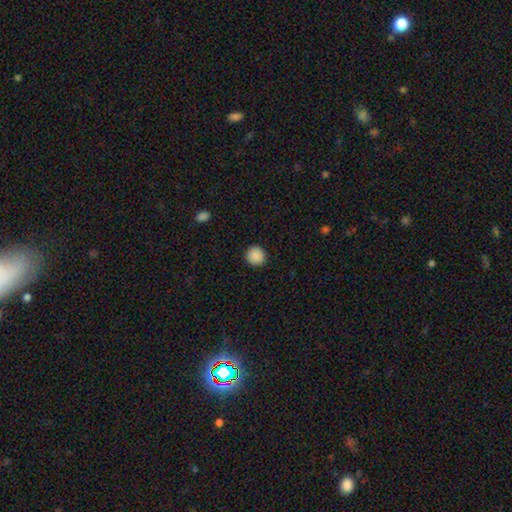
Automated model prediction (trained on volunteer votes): The model was most divided on "smooth or featured": smooth: 89%, star or artifact: 8%, featured or disk: 2%. More confident: how rounded — round (94%); merging — none (92%).